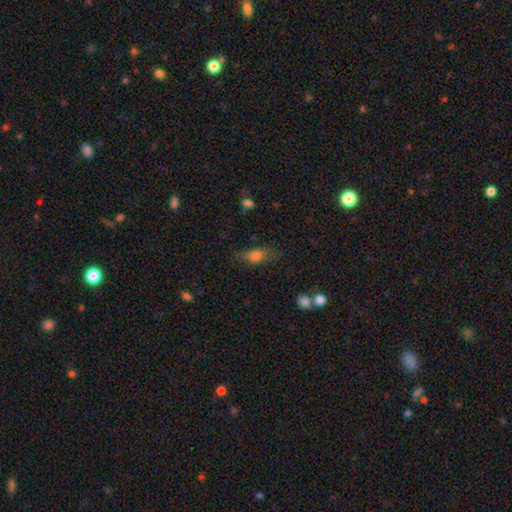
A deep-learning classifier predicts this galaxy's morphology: Smooth or featured? Predicted: smooth (p=0.69). How rounded? Predicted: in between (p=0.68). Merging? Predicted: none (p=0.71).